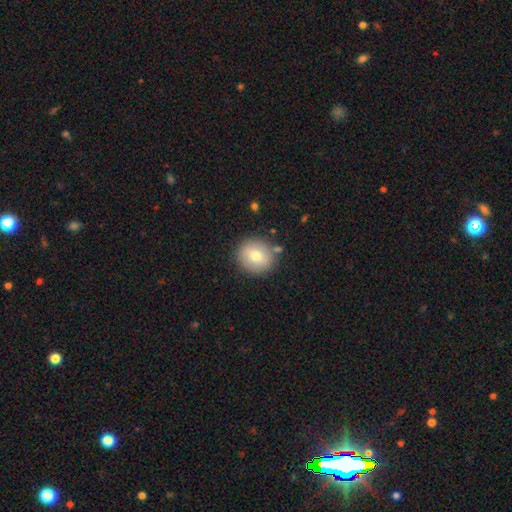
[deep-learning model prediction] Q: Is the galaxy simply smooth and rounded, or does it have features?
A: smooth — 76%.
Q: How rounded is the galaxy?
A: round — 87%.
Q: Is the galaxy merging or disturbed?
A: none — 85%.